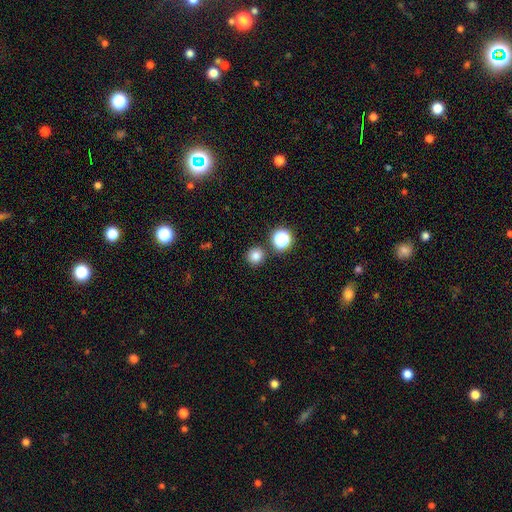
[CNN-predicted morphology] A smooth galaxy with no disk features (80%) that is round (93%). Merging: none (86%).